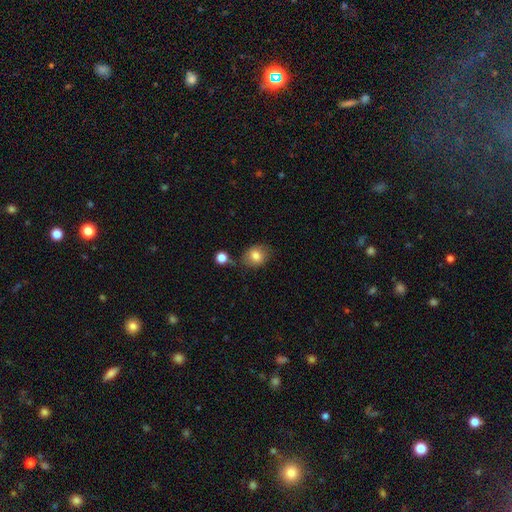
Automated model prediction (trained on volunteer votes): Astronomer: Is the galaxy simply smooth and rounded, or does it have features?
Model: smooth — 81%.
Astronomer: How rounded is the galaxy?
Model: round — 54% (runner-up: in between, 45%).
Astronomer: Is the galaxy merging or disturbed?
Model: none — 69%.